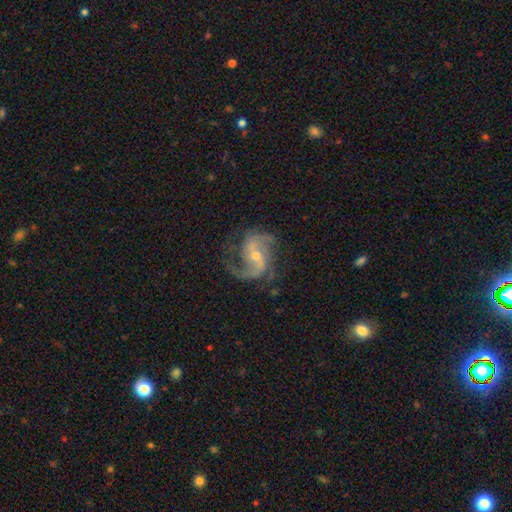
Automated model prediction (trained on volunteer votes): featured or disk 90%, star or artifact 6%, smooth 4%. Down the decision tree: edge-on disk — no (98%); bar — weak (44%); spiral arms — yes (98%); spiral arm count — 2 (72%); spiral winding — medium (51%); bulge size — small (55%); merging — none (70%).